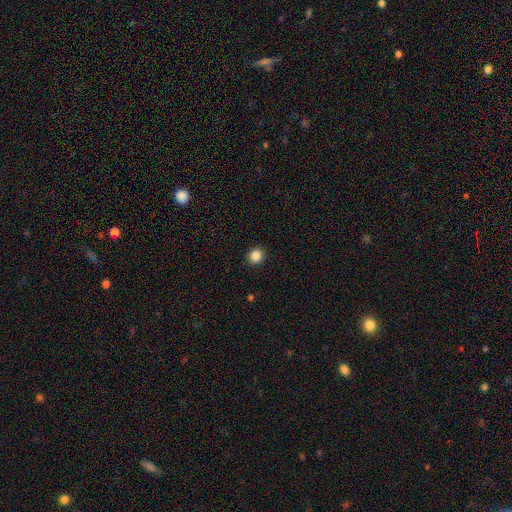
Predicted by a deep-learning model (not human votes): smooth_or_featured: smooth (p=0.86) [alt: star or artifact p=0.10]
how_rounded: round (p=0.86) [alt: in between p=0.13]
merging: none (p=0.92) [alt: minor disturbance p=0.05]